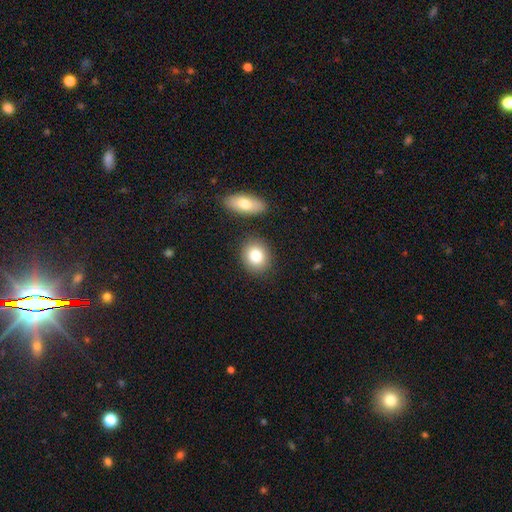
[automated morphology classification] Smooth or featured?
  - smooth: 81% *
  - featured or disk: 10%
  - star or artifact: 9%
How rounded?
  - round: 63% *
  - in between: 36%
  - cigar-shaped: 1%
Merging?
  - none: 81% *
  - minor disturbance: 8%
  - merger: 8%
  - major disturbance: 3%